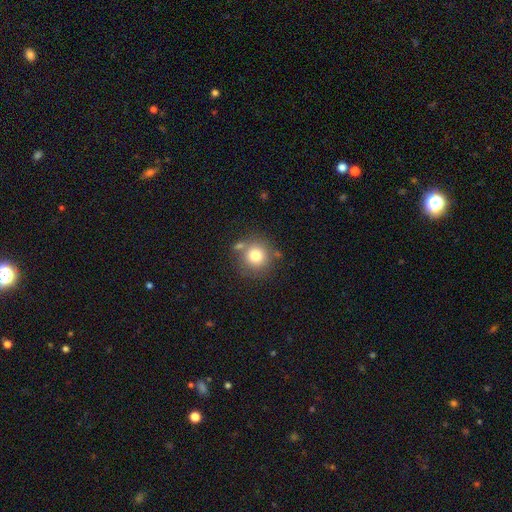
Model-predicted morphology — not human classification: A smooth galaxy with no disk features (79%) that is round (91%).

Vote fractions:
- Smooth or featured? smooth: 79% / star or artifact: 11% / featured or disk: 10%
- How rounded? round: 91% / in between: 8% / cigar-shaped: 1%
- Merging? none: 72% / merger: 12% / minor disturbance: 11% / major disturbance: 4%